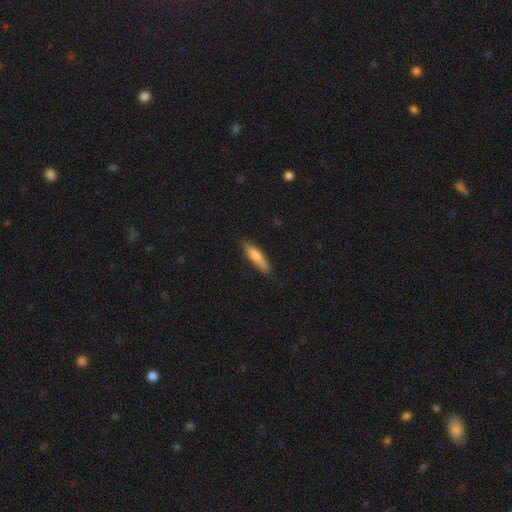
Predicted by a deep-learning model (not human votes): Smooth or featured? Predicted: smooth (p=0.72). How rounded? Predicted: cigar-shaped (p=0.79). Merging? Predicted: none (p=0.83).